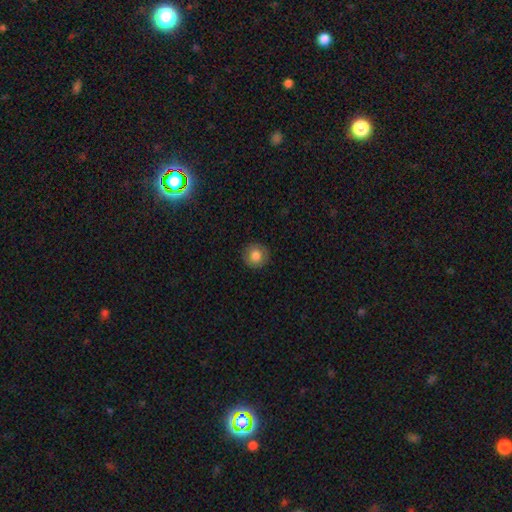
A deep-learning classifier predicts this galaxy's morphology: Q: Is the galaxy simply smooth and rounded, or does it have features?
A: smooth — 80%.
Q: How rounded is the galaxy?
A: round — 93%.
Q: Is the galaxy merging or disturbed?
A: none — 90%.